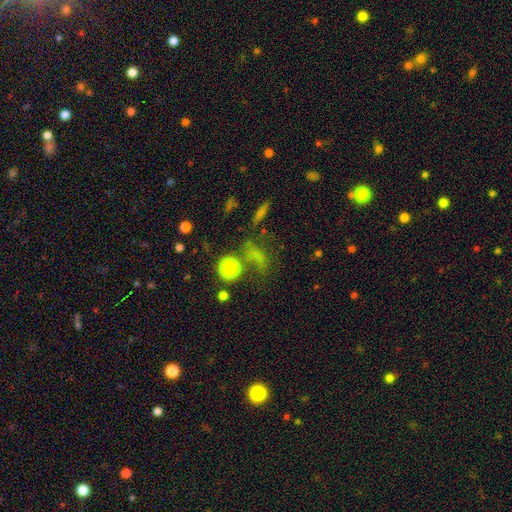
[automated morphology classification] Q: Smooth or featured?
A: smooth (53%); runner-up: star or artifact (30%)
Q: How rounded?
A: round (50%); runner-up: in between (41%)
Q: Merging?
A: none (47%); runner-up: major disturbance (23%)